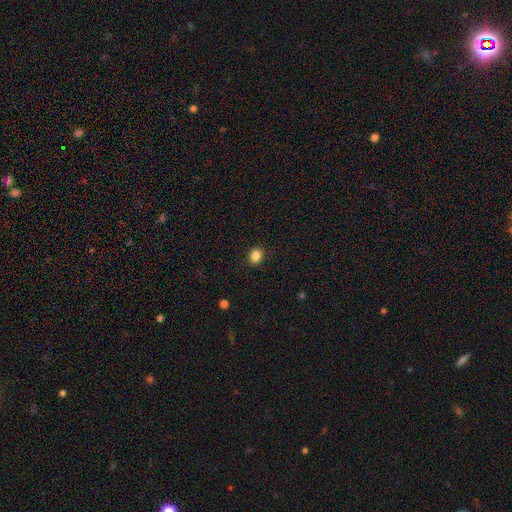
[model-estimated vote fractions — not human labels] The model was most divided on "how rounded": round: 58%, in between: 41%, cigar-shaped: 1%. More confident: merging — none (89%); smooth or featured — smooth (86%).